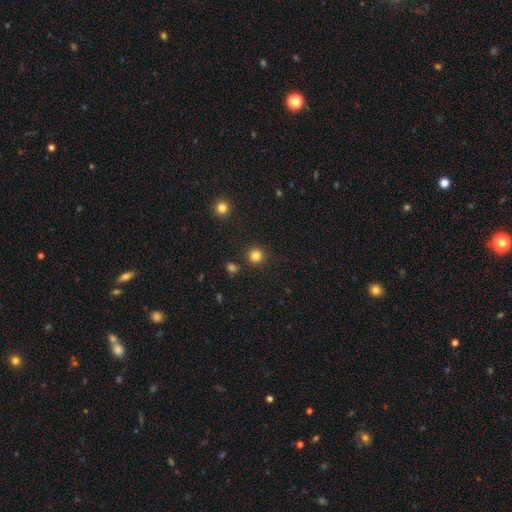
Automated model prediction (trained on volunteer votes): This appears to be a smooth galaxy with no disk features (82%) that is round (94%). Merging: none (90%).